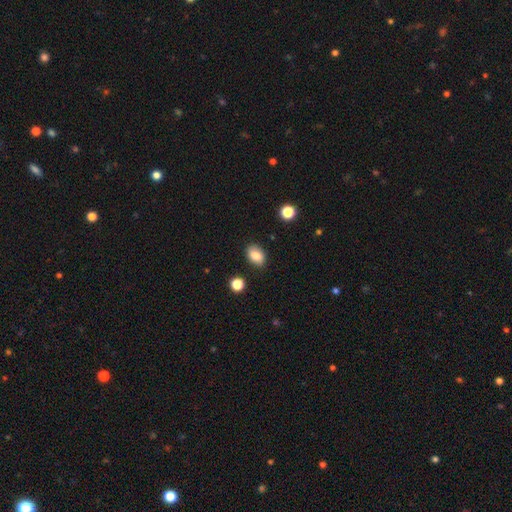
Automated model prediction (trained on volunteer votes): Overall: smooth (82%). How rounded: in between (80%). Merging: none (84%).